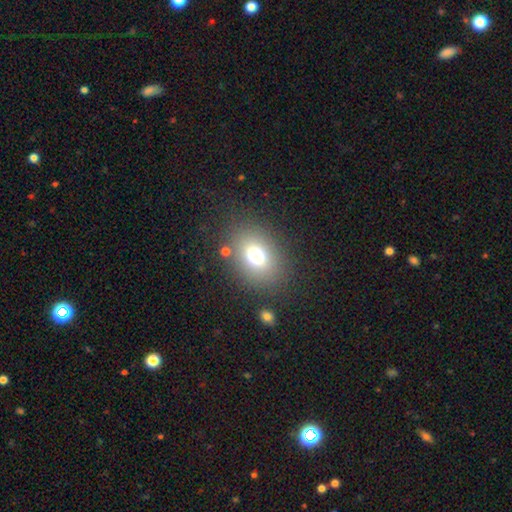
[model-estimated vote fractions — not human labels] Morphology: type=smooth (72%); roundness=in between (58%); merging=none (80%).